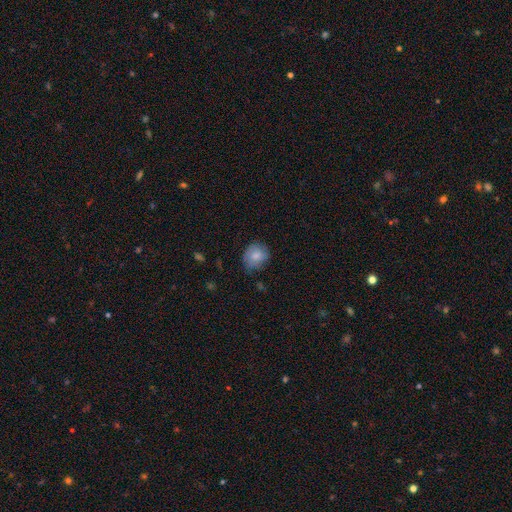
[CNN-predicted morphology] The model was most divided on "how rounded": round: 68%, in between: 31%, cigar-shaped: 1%. More confident: smooth or featured — smooth (79%); merging — none (67%).